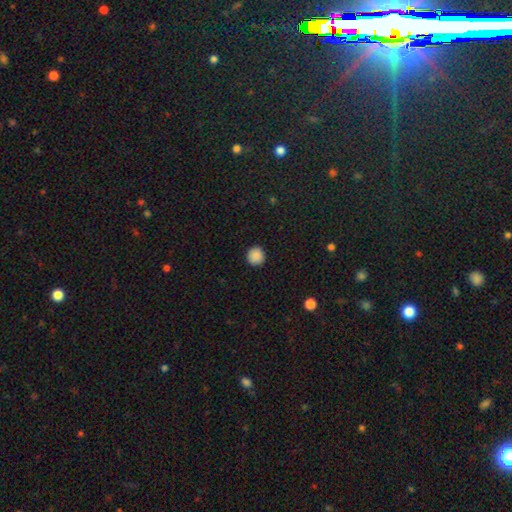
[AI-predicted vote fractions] Morphology: type=smooth (89%); roundness=round (94%); merging=none (91%).